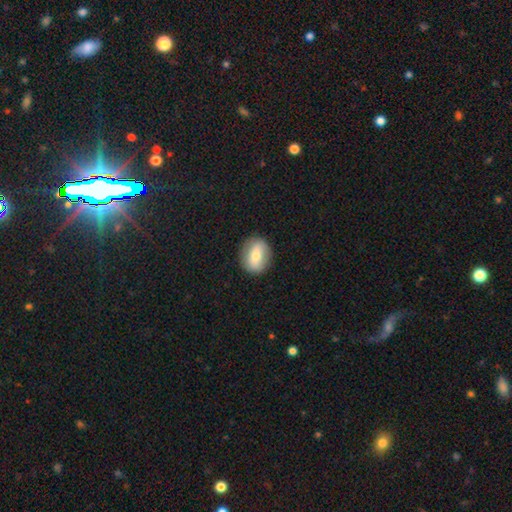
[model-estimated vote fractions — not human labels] A smooth galaxy with no disk features (65%) that is in between round and cigar-shaped (49%, tied with round). Merging: none (86%).